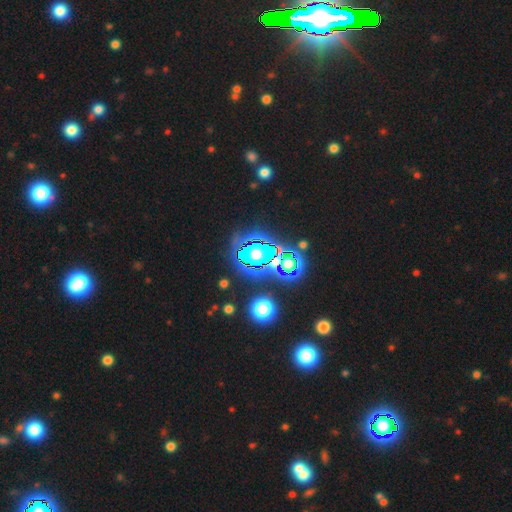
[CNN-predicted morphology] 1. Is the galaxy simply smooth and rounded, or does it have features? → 80% star or artifact, 12% smooth, 8% featured or disk.